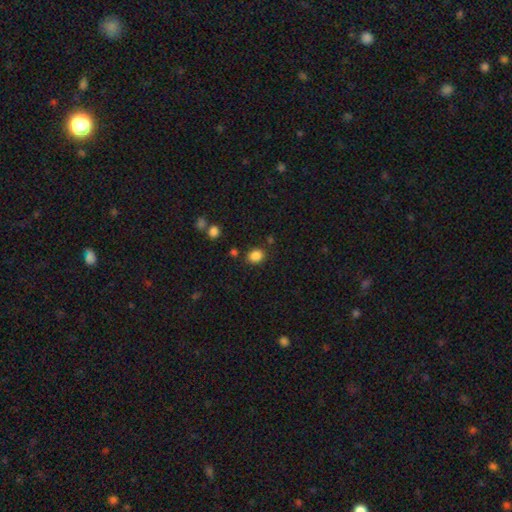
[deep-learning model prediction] Smooth or featured? smooth (86%)
How rounded? round (58%)
Merging? none (83%)